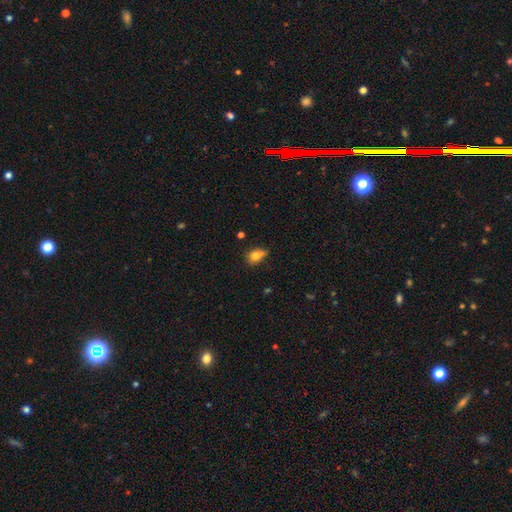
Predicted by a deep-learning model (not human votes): Q: Smooth or featured?
A: smooth (76%); runner-up: featured or disk (13%)
Q: How rounded?
A: in between (71%); runner-up: round (26%)
Q: Merging?
A: minor disturbance (40%); runner-up: none (39%)